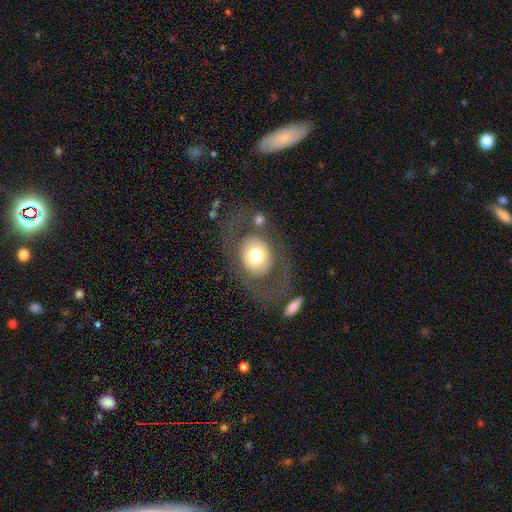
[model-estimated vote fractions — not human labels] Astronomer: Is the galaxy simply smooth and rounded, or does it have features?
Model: smooth — 54% (runner-up: featured or disk, 39%).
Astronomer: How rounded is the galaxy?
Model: in between — 59% (runner-up: round, 40%).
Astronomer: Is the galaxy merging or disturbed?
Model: none — 67%.